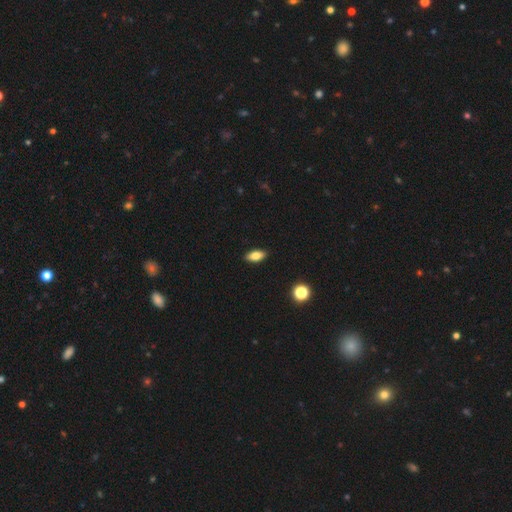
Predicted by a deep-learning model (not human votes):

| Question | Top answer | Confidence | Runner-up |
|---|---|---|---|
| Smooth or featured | smooth | 80% | featured or disk (12%) |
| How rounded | in between | 86% | cigar-shaped (10%) |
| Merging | none | 90% | minor disturbance (8%) |